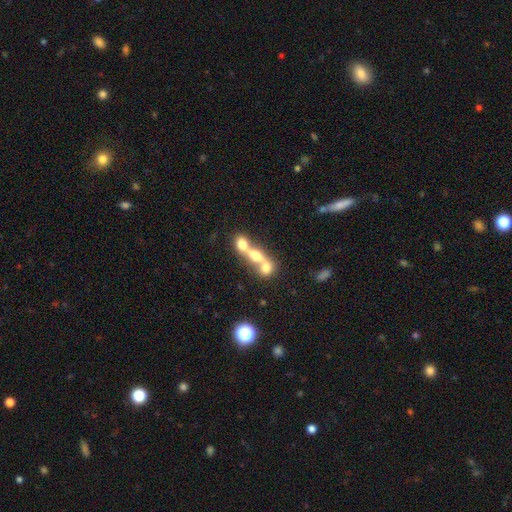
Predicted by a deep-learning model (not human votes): The model was most divided on "smooth or featured": smooth: 53%, featured or disk: 31%, star or artifact: 16%. More confident: merging — merger (69%); how rounded — round (61%).